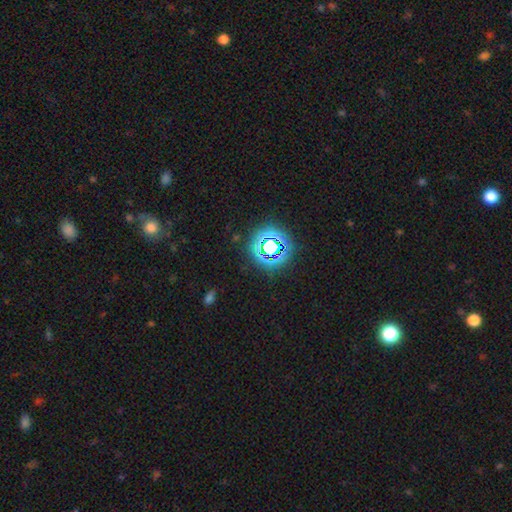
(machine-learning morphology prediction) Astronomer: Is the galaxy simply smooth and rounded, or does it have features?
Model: star or artifact — 75%.